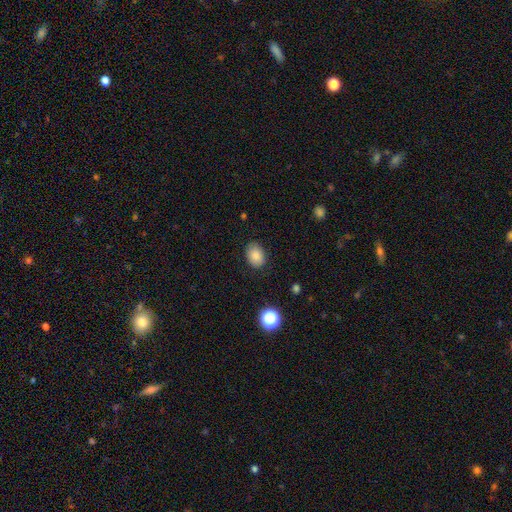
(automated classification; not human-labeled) Smooth or featured? Predicted: smooth (p=0.84). How rounded? Predicted: in between (p=0.75). Merging? Predicted: none (p=0.84).